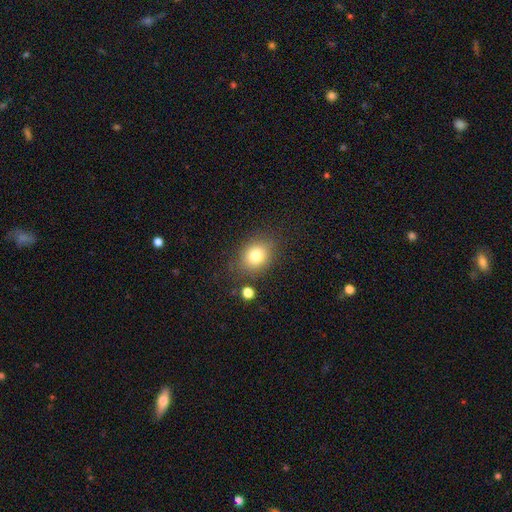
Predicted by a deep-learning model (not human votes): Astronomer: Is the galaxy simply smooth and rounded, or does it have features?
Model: smooth — 80%.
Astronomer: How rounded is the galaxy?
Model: round — 55% (runner-up: in between, 44%).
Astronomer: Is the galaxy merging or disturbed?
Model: none — 80%.